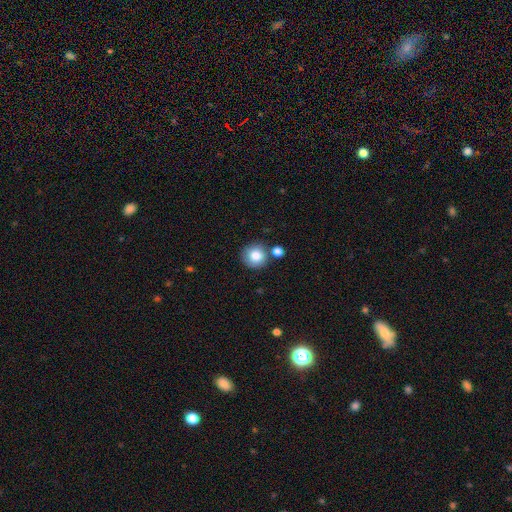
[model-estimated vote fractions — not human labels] Overall: smooth (84%). How rounded: round (92%). Merging: none (74%).